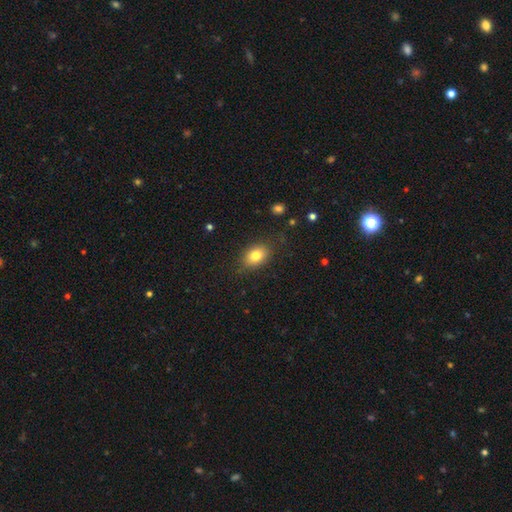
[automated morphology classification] A smooth galaxy with no disk features (80%) that is in between round and cigar-shaped (76%).

Vote fractions:
- Smooth or featured? smooth: 80% / featured or disk: 11% / star or artifact: 9%
- How rounded? in between: 76% / round: 23% / cigar-shaped: 1%
- Merging? none: 81% / minor disturbance: 14% / major disturbance: 4% / merger: 1%